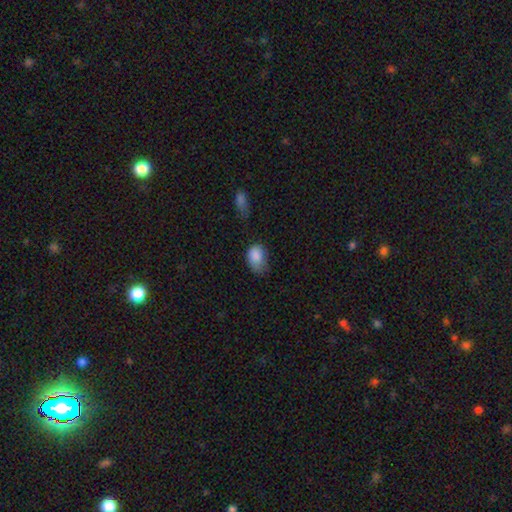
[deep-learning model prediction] Morphology: type=smooth (85%); roundness=in between (80%); merging=none (41%, tied with minor disturbance).